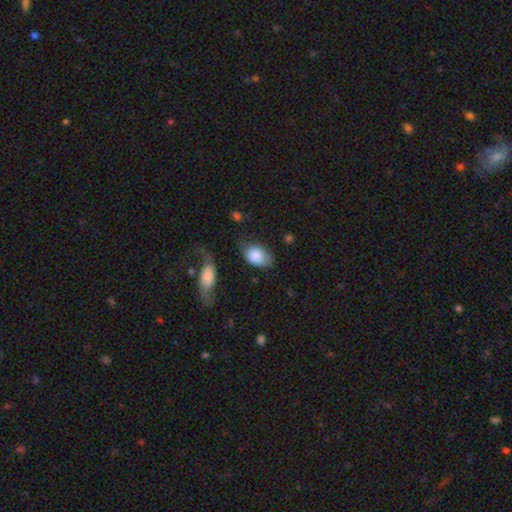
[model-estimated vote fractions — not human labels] The model was most divided on "merging": none: 47%, minor disturbance: 32%, major disturbance: 15%, merger: 6%. More confident: how rounded — in between (86%); smooth or featured — smooth (85%).